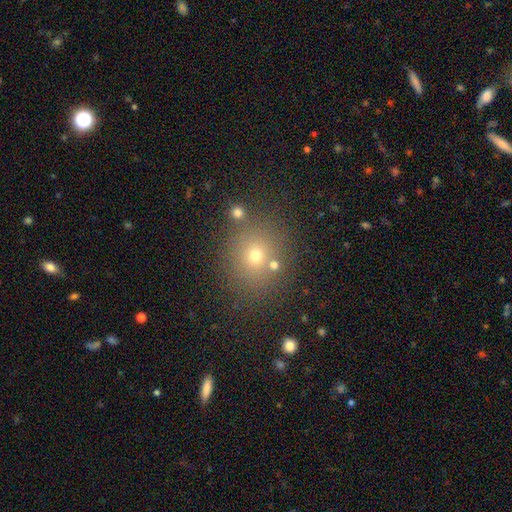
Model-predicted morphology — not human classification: A smooth galaxy with no disk features (62%) that is round (81%). Merging: none (78%).